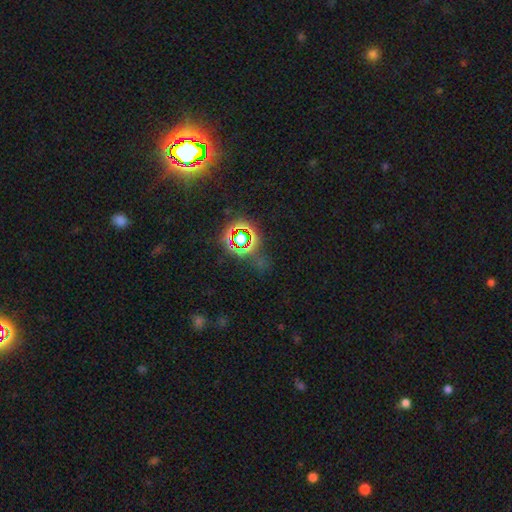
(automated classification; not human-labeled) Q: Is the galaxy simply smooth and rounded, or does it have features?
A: star or artifact — 72%.